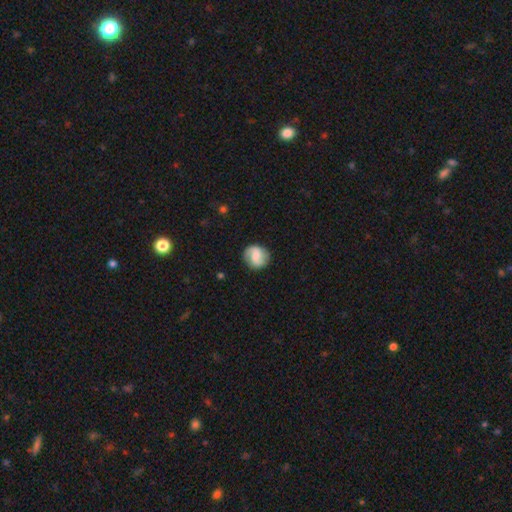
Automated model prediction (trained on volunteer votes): Smooth or featured? featured or disk (58%)
Edge-on disk? no (98%)
Bar? weak (49%)
Spiral arms? yes (91%)
Spiral winding? medium (43%)
Spiral arm count? 2 (87%)
Bulge size? moderate (38%)
Merging? none (83%)